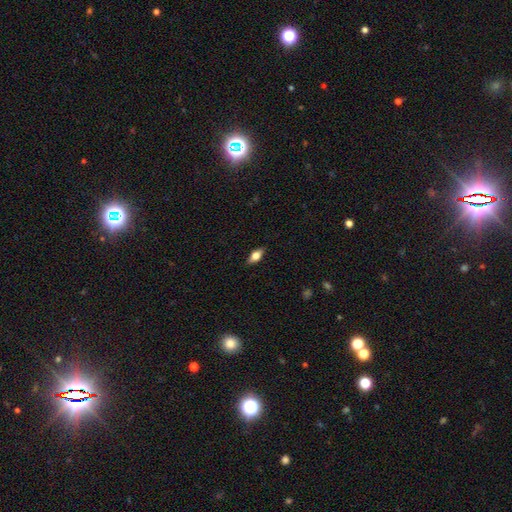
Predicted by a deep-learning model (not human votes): This appears to be a smooth galaxy with no disk features (59%) that is in between round and cigar-shaped (79%). Merging: none (87%).